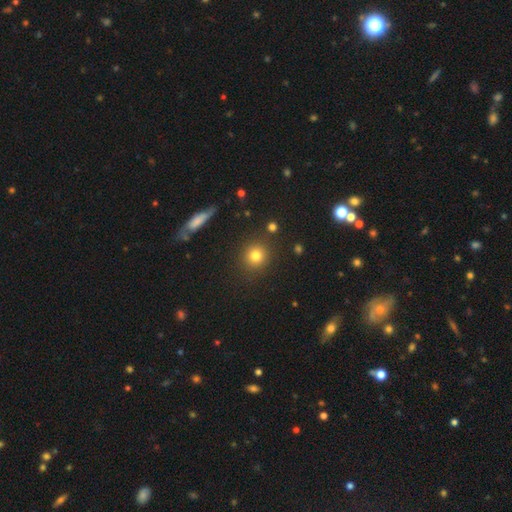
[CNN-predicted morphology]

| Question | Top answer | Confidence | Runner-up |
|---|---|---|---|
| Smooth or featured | smooth | 80% | star or artifact (13%) |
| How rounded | round | 90% | in between (8%) |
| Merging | none | 88% | minor disturbance (7%) |